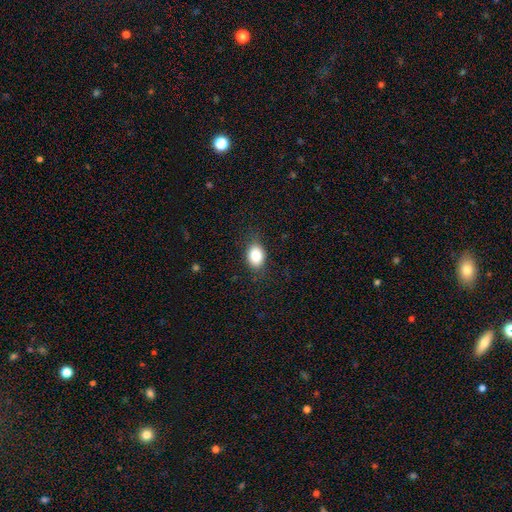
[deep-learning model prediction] Q: Smooth or featured?
A: smooth (85%); runner-up: star or artifact (8%)
Q: How rounded?
A: in between (73%); runner-up: round (25%)
Q: Merging?
A: none (81%); runner-up: minor disturbance (14%)